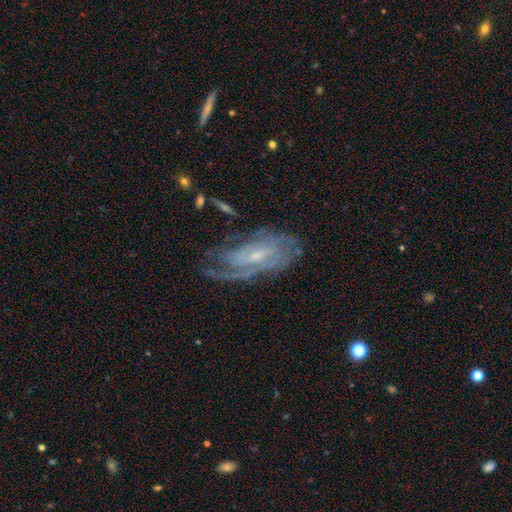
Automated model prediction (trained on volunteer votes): A featured or disk galaxy (84%) with a weak bar (45%), tight (57%) spiral arms (94%) and a small central bulge (67%).

Vote fractions:
- Smooth or featured? featured or disk: 84% / smooth: 9% / star or artifact: 6%
- Edge-on disk? no: 94% / yes: 6%
- Bar? weak: 45% / no: 40% / strong: 14%
- Spiral arms? yes: 94% / no: 6%
- Spiral winding? tight: 57% / medium: 34% / loose: 9%
- Spiral arm count? can't tell: 35% / 2: 28% / 3: 17% / 1: 8% / 4: 7% / more than 4: 5%
- Bulge size? small: 67% / moderate: 26% / none: 4% / large: 1% / dominant: 1%
- Merging? none: 62% / minor disturbance: 21% / major disturbance: 15% / merger: 3%